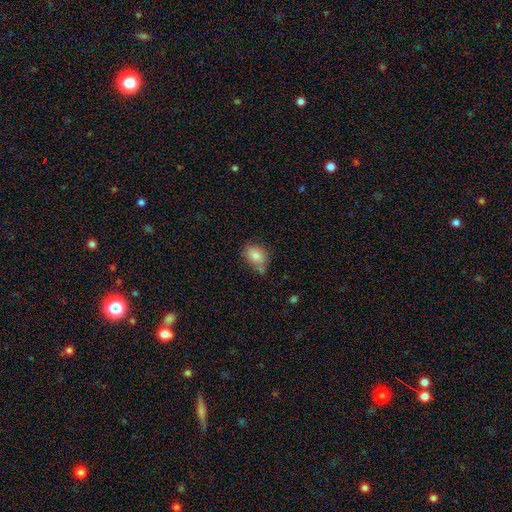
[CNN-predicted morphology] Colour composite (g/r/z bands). It shows a smooth galaxy with no disk features (81%) that is in between round and cigar-shaped (73%). Merging: none (61%).